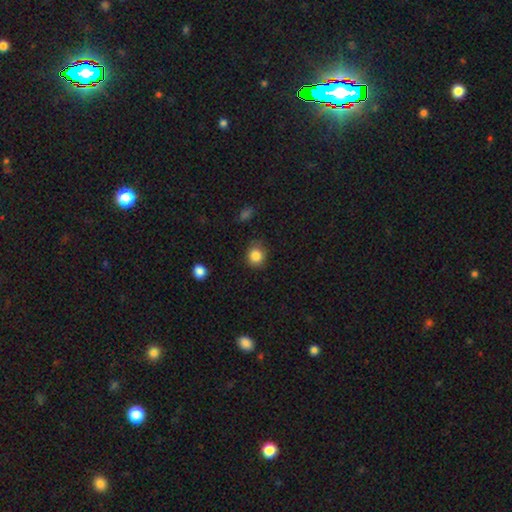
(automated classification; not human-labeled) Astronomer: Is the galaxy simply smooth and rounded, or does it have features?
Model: smooth — 85%.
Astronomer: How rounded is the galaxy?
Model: round — 83%.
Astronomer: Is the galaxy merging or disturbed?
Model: none — 82%.